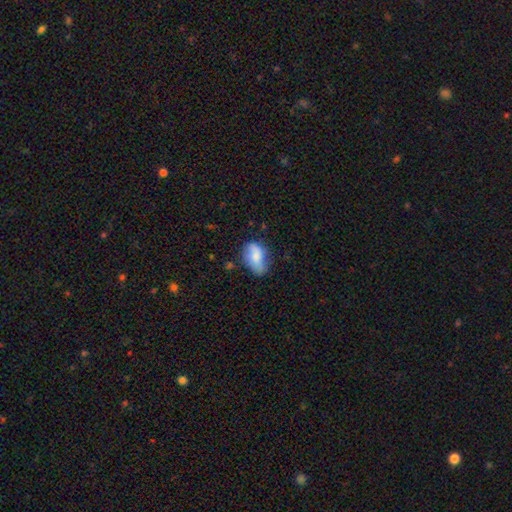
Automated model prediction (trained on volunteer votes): Overall: smooth (72%). How rounded: in between (88%). Merging: none (48%; minor disturbance 36%).